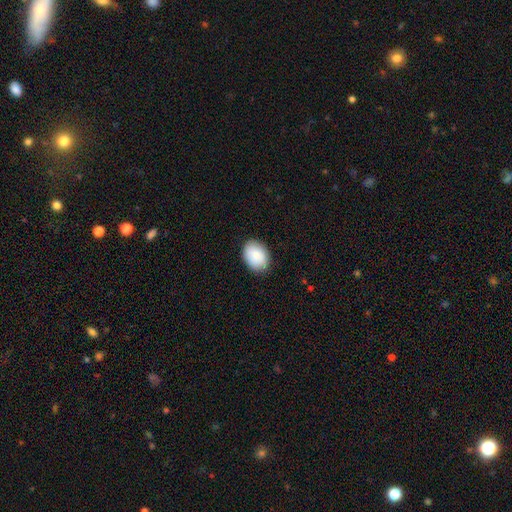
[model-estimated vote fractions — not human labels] This is clearly a smooth galaxy (85%). How rounded: likely in between (73%). Merging: clearly none (86%).